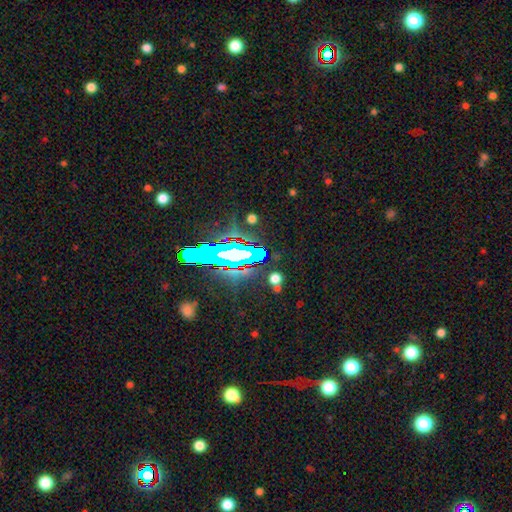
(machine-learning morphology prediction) smooth-or-featured: star or artifact: 65% | featured or disk: 18% | smooth: 17%